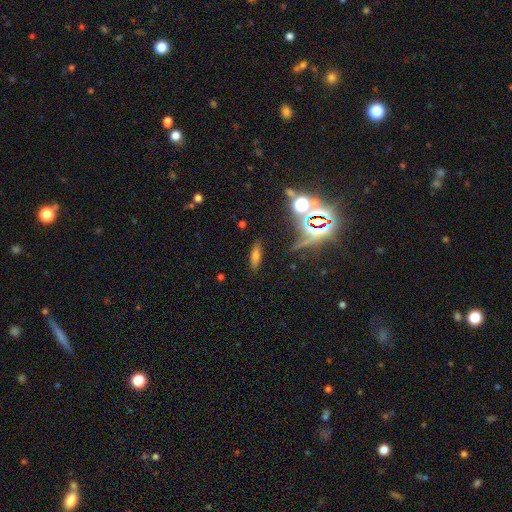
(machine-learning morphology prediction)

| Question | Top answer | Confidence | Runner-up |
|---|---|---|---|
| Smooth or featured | smooth | 51% | featured or disk (26%) |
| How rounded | in between | 51% | cigar-shaped (44%) |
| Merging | none | 81% | minor disturbance (12%) |